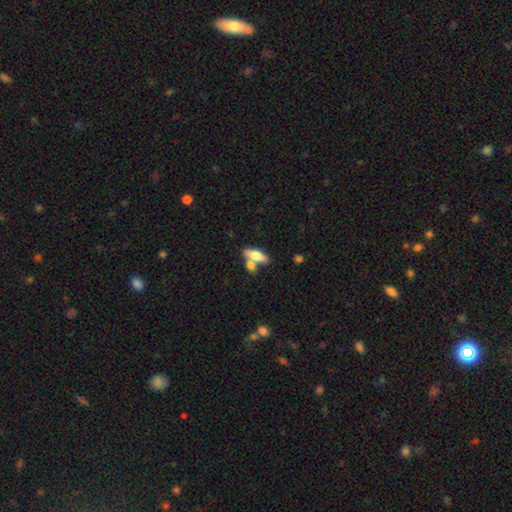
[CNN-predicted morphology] smooth_or_featured: smooth (p=0.63) [alt: featured or disk p=0.31]
how_rounded: in between (p=0.62) [alt: cigar-shaped p=0.34]
merging: none (p=0.53) [alt: merger p=0.33]